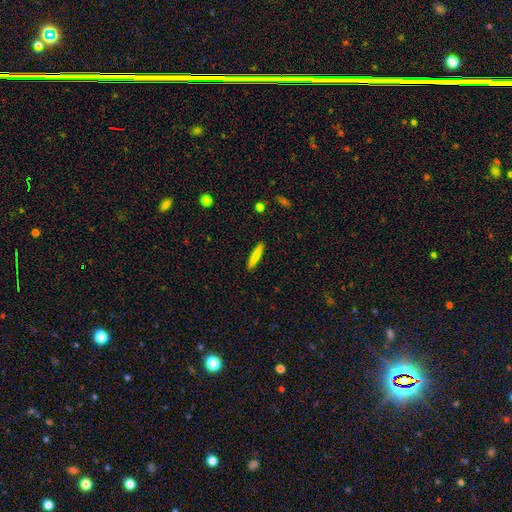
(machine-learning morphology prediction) A smooth galaxy with no disk features (80%) that is cigar-shaped (93%). Merging: none (91%).